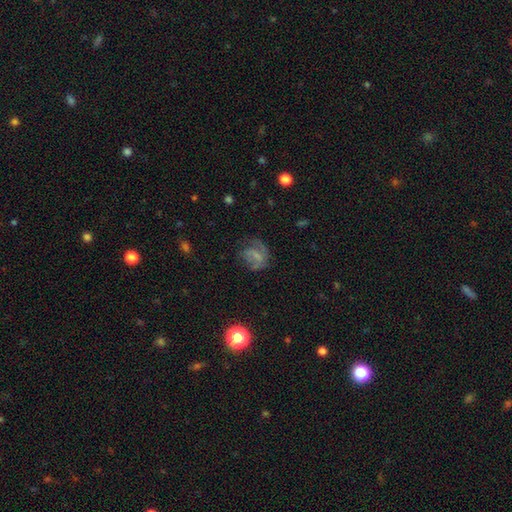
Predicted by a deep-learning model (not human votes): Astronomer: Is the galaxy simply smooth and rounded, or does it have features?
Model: featured or disk — 48% (runner-up: smooth, 40%).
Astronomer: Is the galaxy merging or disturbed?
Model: none — 43% (runner-up: major disturbance, 31%).